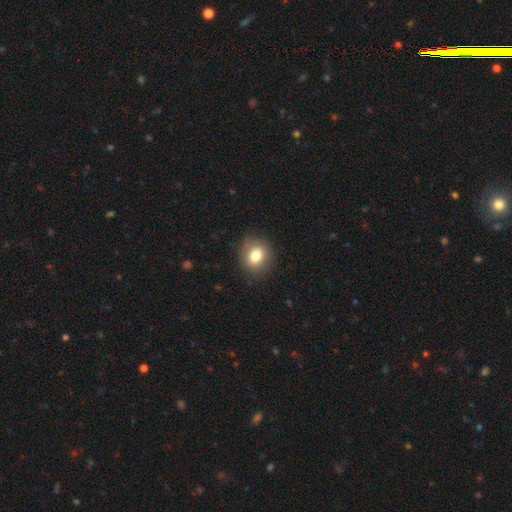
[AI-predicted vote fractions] This is likely a smooth galaxy (78%). How rounded: likely round (74%). Merging: clearly none (86%).